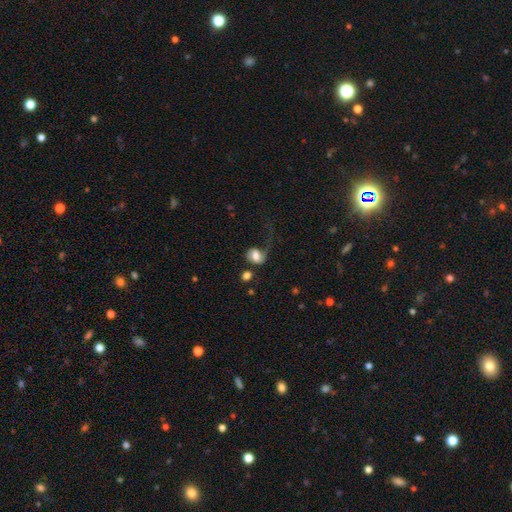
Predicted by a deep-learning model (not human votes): Q: Smooth or featured?
A: smooth (55%); runner-up: featured or disk (37%)
Q: How rounded?
A: in between (56%); runner-up: round (43%)
Q: Merging?
A: major disturbance (45%); runner-up: none (29%)